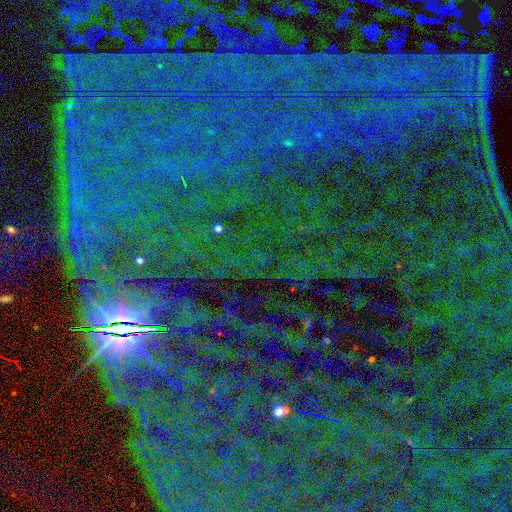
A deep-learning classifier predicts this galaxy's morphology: smooth-or-featured: star or artifact: 88% | featured or disk: 6% | smooth: 6%